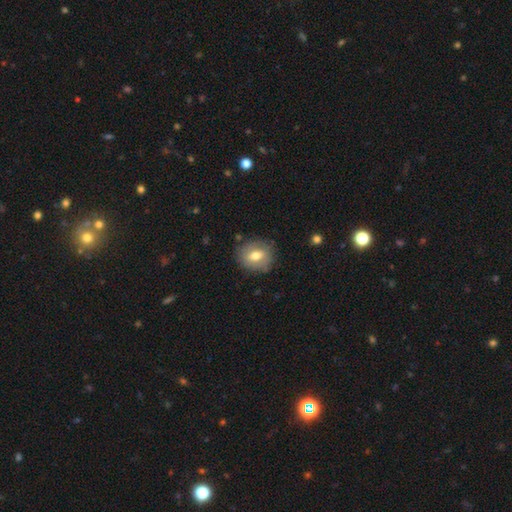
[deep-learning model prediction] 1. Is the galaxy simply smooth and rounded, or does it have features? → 66% smooth, 26% featured or disk, 8% star or artifact.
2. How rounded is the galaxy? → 65% round, 34% in between, 1% cigar-shaped.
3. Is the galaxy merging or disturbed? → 82% none, 13% minor disturbance, 4% major disturbance, 2% merger.